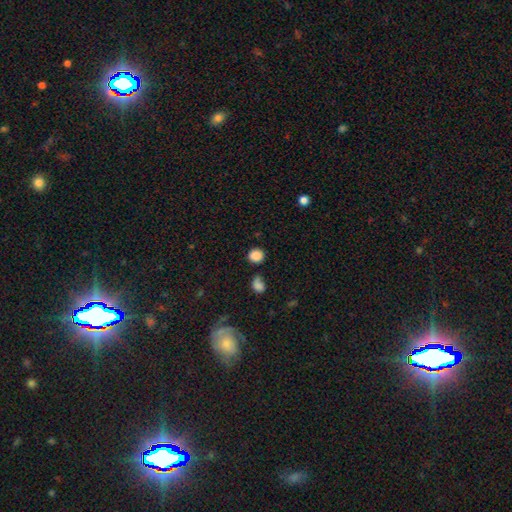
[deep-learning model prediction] Morphology: type=smooth (85%); roundness=round (84%); merging=none (77%).